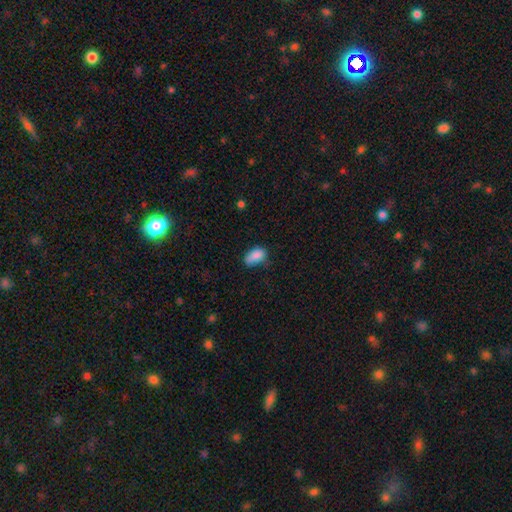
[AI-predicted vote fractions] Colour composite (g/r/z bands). It shows a smooth galaxy with no disk features (84%) that is in between round and cigar-shaped (90%). Merging: none (51%).